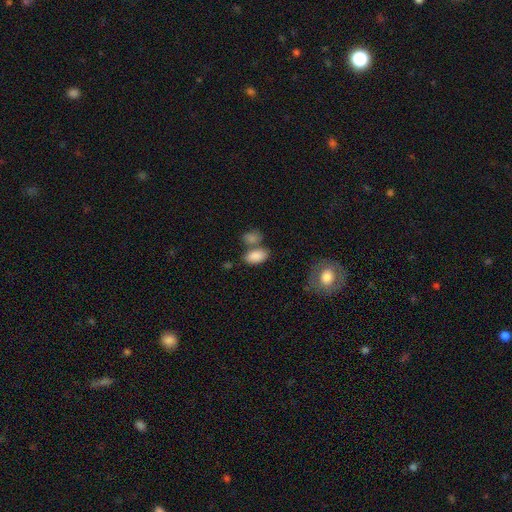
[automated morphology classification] type=smooth (86%); roundness=in between (92%); merging=none (51%).